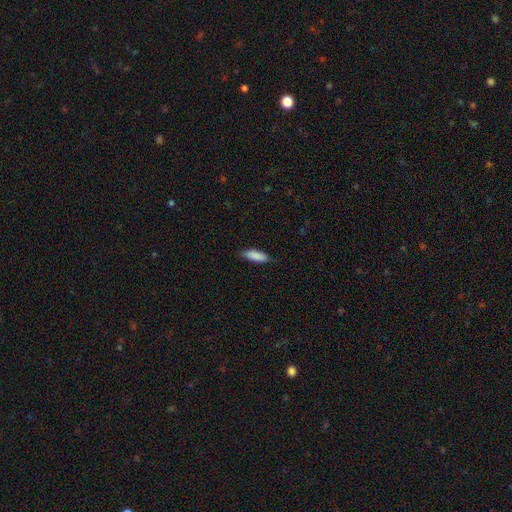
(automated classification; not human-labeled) smooth_or_featured: smooth (p=0.88) [alt: star or artifact p=0.06]
how_rounded: in between (p=0.53) [alt: cigar-shaped p=0.45]
merging: none (p=0.83) [alt: minor disturbance p=0.14]